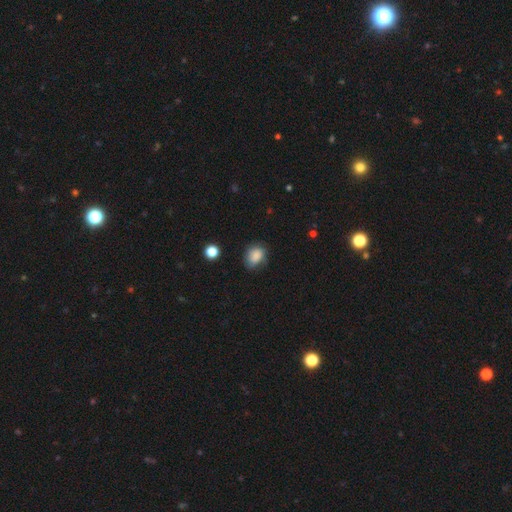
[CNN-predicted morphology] smooth 84%, star or artifact 9%, featured or disk 7%. Down the decision tree: how rounded — in between (63%); merging — none (62%).